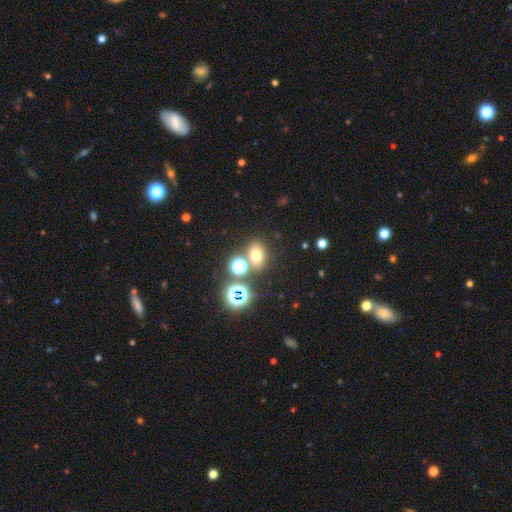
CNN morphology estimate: The model was most divided on "how rounded": in between: 52%, round: 46%, cigar-shaped: 1%. More confident: merging — none (68%); smooth or featured — smooth (62%).